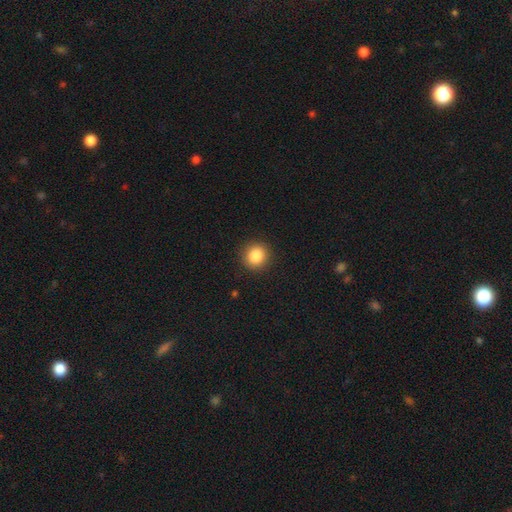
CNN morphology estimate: A smooth galaxy with no disk features (86%) that is round (85%).

Vote fractions:
- Smooth or featured? smooth: 86% / star or artifact: 10% / featured or disk: 4%
- How rounded? round: 85% / in between: 14% / cigar-shaped: 1%
- Merging? none: 91% / minor disturbance: 6% / major disturbance: 2% / merger: 1%